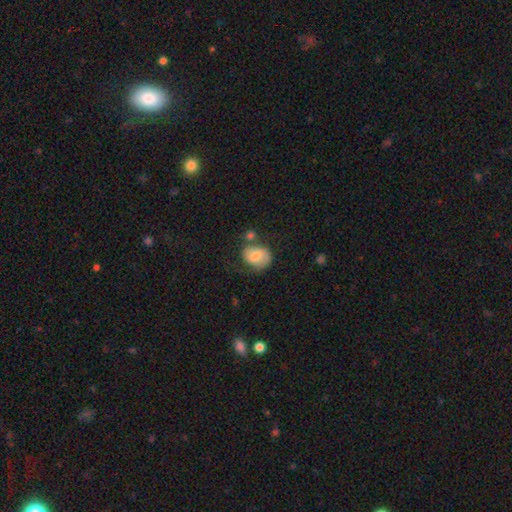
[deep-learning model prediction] This appears to be a smooth galaxy with no disk features (66%) that is in between round and cigar-shaped (55%). Merging: none (45%).